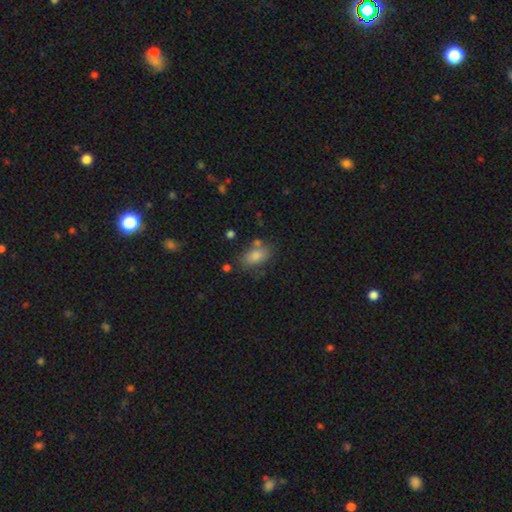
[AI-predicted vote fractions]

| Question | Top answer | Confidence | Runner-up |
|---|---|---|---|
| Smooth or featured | smooth | 80% | star or artifact (10%) |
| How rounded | in between | 88% | round (7%) |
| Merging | none | 71% | minor disturbance (16%) |